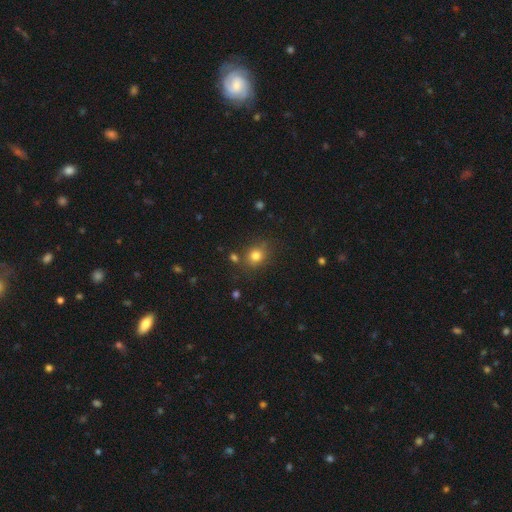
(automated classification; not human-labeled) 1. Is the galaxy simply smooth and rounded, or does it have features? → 79% smooth, 13% star or artifact, 8% featured or disk.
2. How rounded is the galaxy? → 67% round, 32% in between, 1% cigar-shaped.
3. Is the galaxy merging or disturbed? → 76% none, 14% minor disturbance, 6% merger, 4% major disturbance.